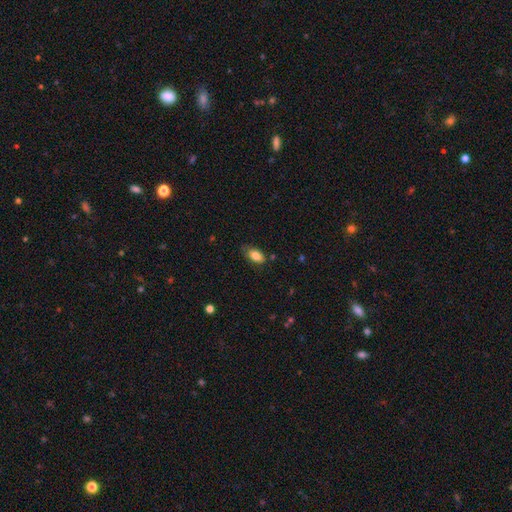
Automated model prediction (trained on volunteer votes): smooth 83%, featured or disk 9%, star or artifact 7%. Down the decision tree: how rounded — in between (91%); merging — none (69%).